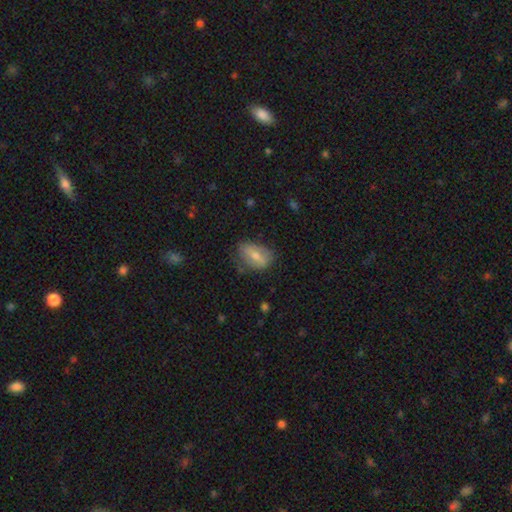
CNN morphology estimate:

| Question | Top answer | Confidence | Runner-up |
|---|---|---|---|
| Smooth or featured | smooth | 65% | featured or disk (28%) |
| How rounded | in between | 85% | round (11%) |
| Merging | none | 64% | minor disturbance (26%) |